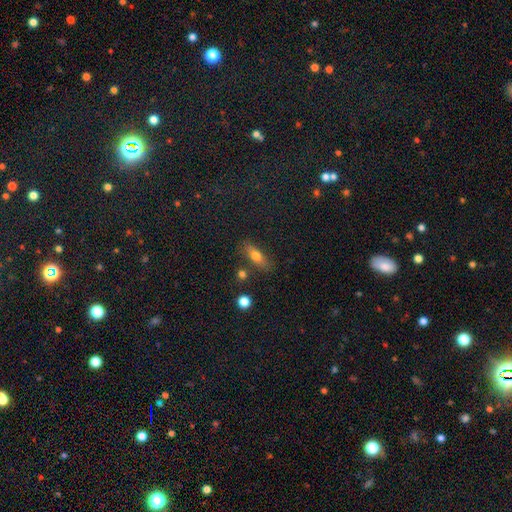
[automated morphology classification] Overall: smooth (66%). How rounded: in between (56%; cigar-shaped 39%). Merging: none (77%).